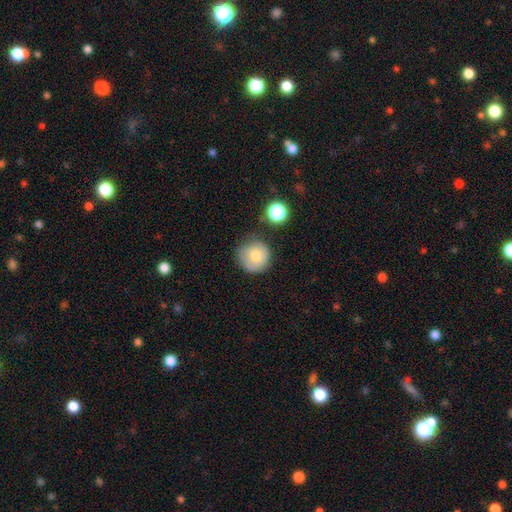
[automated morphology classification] This is likely a smooth galaxy (72%). How rounded: clearly round (93%). Merging: likely none (70%).